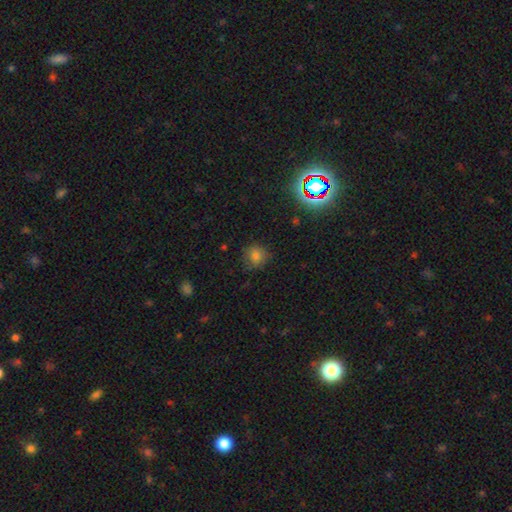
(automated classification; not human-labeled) Overall: smooth (77%). How rounded: round (85%). Merging: none (78%).